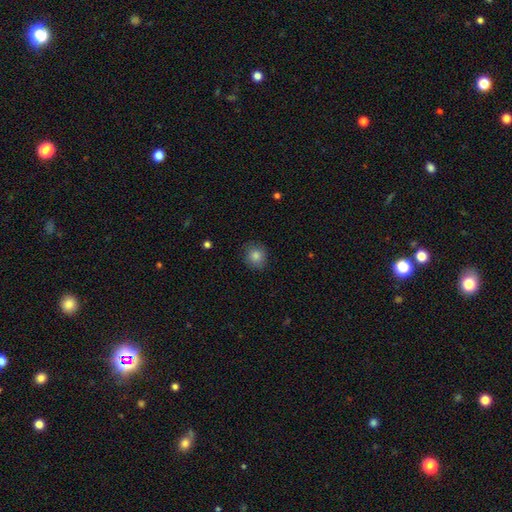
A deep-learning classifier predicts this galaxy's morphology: Q: Smooth or featured?
A: smooth (84%); runner-up: star or artifact (10%)
Q: How rounded?
A: round (86%); runner-up: in between (13%)
Q: Merging?
A: none (85%); runner-up: minor disturbance (11%)